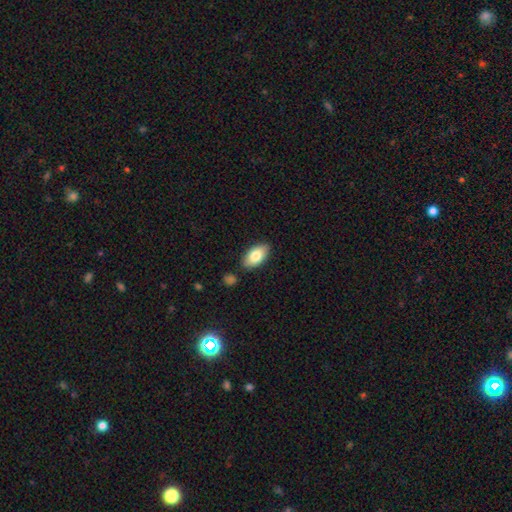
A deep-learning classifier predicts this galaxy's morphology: smooth 80%, featured or disk 13%, star or artifact 6%. Down the decision tree: how rounded — in between (93%); merging — none (83%).